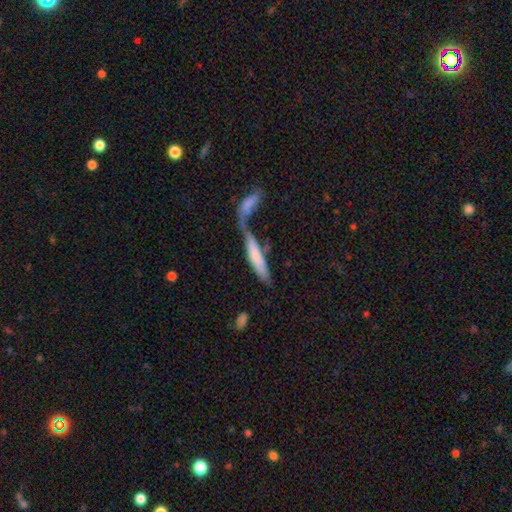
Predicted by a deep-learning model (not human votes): A smooth galaxy with no disk features (65%) that is cigar-shaped (76%).

Vote fractions:
- Smooth or featured? smooth: 65% / featured or disk: 29% / star or artifact: 7%
- How rounded? cigar-shaped: 76% / in between: 22% / round: 2%
- Merging? merger: 57% / none: 23% / major disturbance: 10% / minor disturbance: 10%